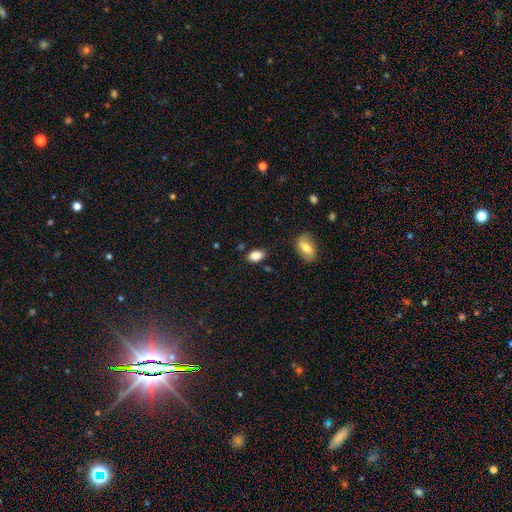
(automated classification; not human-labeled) smooth_or_featured: smooth (p=0.86) [alt: star or artifact p=0.08]
how_rounded: in between (p=0.88) [alt: round p=0.11]
merging: none (p=0.77) [alt: minor disturbance p=0.16]